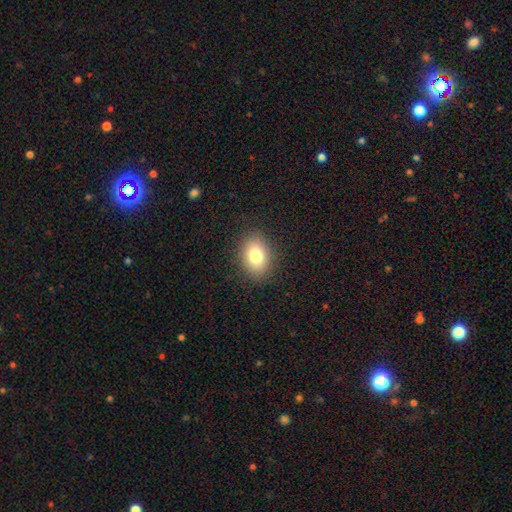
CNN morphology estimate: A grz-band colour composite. It shows a smooth galaxy with no disk features (78%) that is in between round and cigar-shaped (71%). Merging: none (88%).